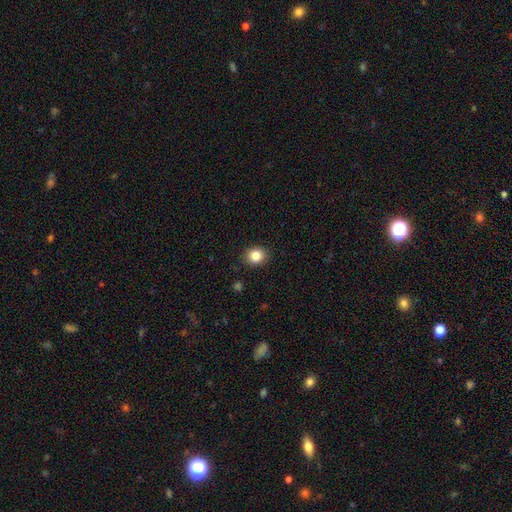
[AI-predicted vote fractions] Smooth or featured: smooth — 84% (star or artifact — 10%)
How rounded: round — 68% (in between — 31%)
Merging: none — 90% (minor disturbance — 7%)